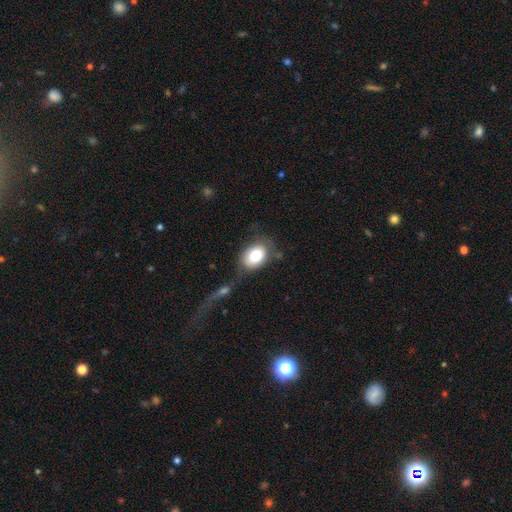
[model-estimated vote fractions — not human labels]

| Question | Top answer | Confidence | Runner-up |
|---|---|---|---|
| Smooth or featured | smooth | 79% | featured or disk (14%) |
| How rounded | in between | 71% | round (28%) |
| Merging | none | 51% | minor disturbance (20%) |